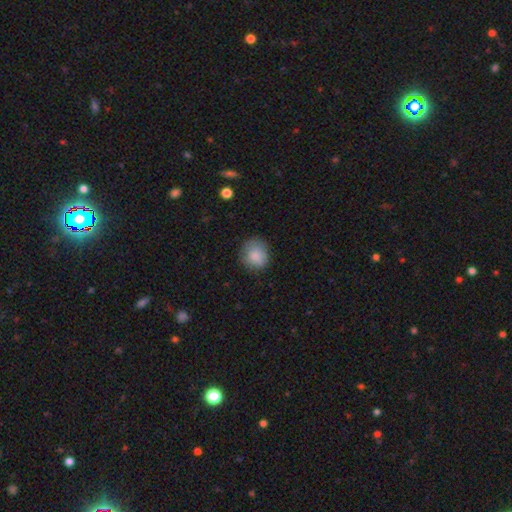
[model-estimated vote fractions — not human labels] smooth 85%, star or artifact 8%, featured or disk 7%. Down the decision tree: how rounded — round (79%); merging — none (76%).